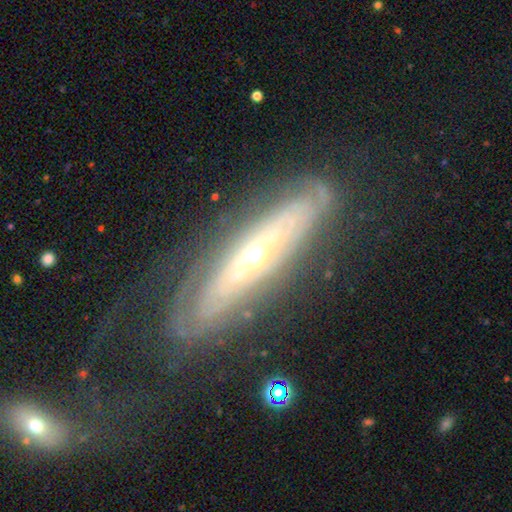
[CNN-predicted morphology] Overall: featured or disk (80%). Edge-on disk: no (68%; yes 32%). Bar: no (71%). Spiral arms: yes (76%). Bulge size: small (50%; moderate 45%). Merging: none (65%).